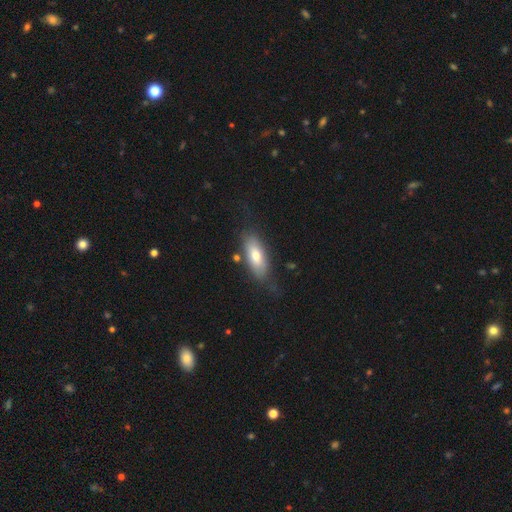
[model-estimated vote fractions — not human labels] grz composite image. It shows a smooth galaxy with no disk features (68%) that is in between round and cigar-shaped (81%). Merging: none (67%).